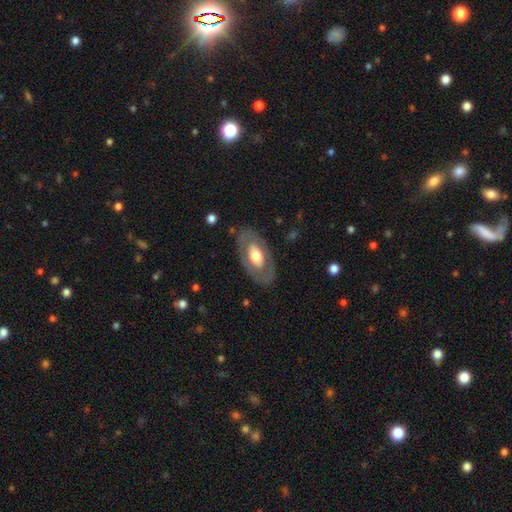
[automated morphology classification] Overall: featured or disk (52%; smooth 43%). Edge-on disk: no (87%). Merging: none (81%).